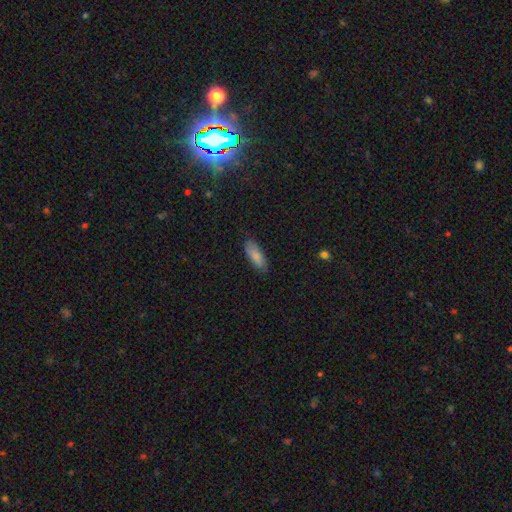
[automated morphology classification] Smooth or featured?
  - smooth: 81% *
  - featured or disk: 13%
  - star or artifact: 6%
How rounded?
  - in between: 73% *
  - cigar-shaped: 25%
  - round: 2%
Merging?
  - none: 82% *
  - minor disturbance: 15%
  - major disturbance: 3%
  - merger: 1%